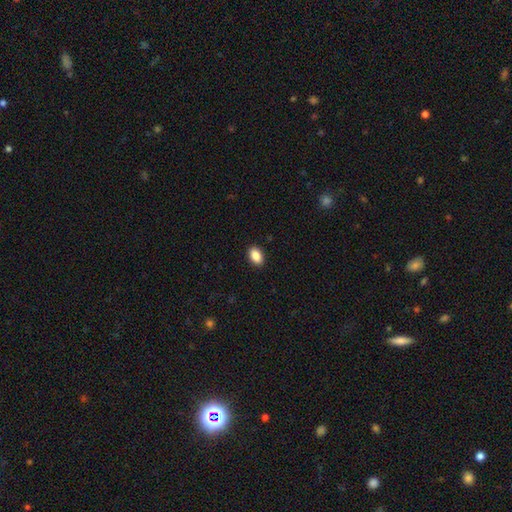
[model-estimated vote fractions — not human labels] Q: Smooth or featured?
A: smooth (89%); runner-up: star or artifact (8%)
Q: How rounded?
A: in between (88%); runner-up: round (11%)
Q: Merging?
A: none (91%); runner-up: minor disturbance (7%)